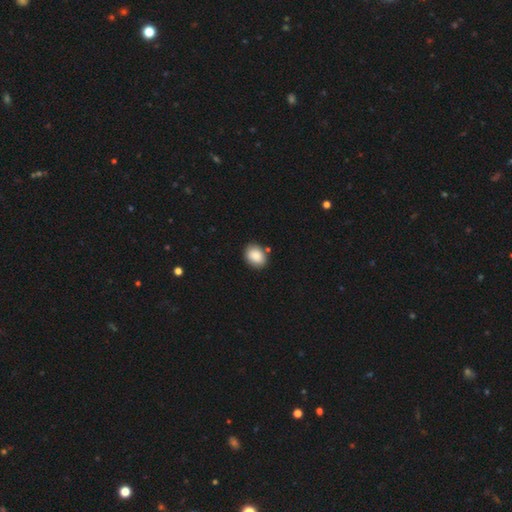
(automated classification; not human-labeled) Overall: smooth (87%). How rounded: in between (64%; round 35%). Merging: none (84%).